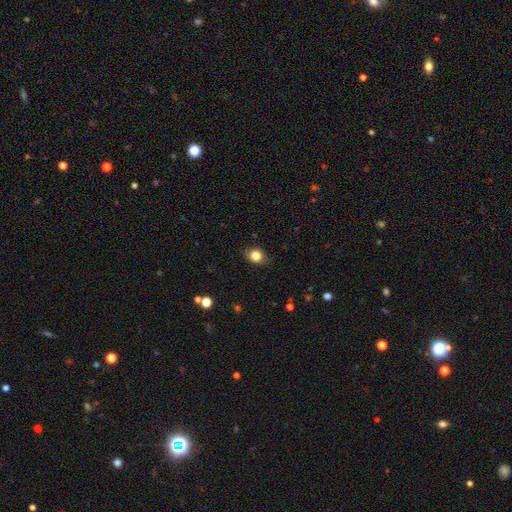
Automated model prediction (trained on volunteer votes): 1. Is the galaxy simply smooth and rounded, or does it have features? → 82% smooth, 10% star or artifact, 8% featured or disk.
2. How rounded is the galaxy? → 50% in between, 49% round, 1% cigar-shaped.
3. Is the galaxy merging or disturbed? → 82% none, 14% minor disturbance, 3% major disturbance, 1% merger.